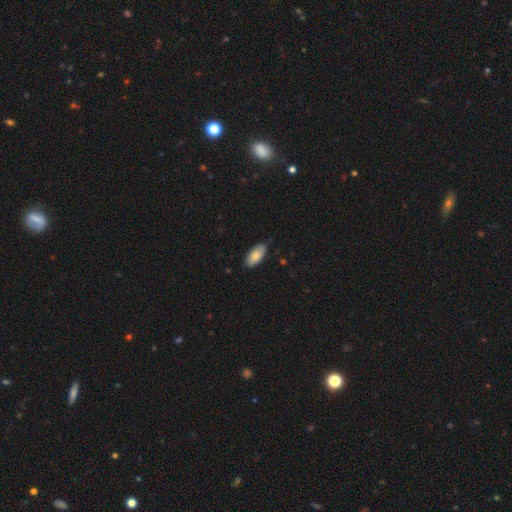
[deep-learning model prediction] Overall: smooth (82%). How rounded: in between (92%). Merging: none (82%).